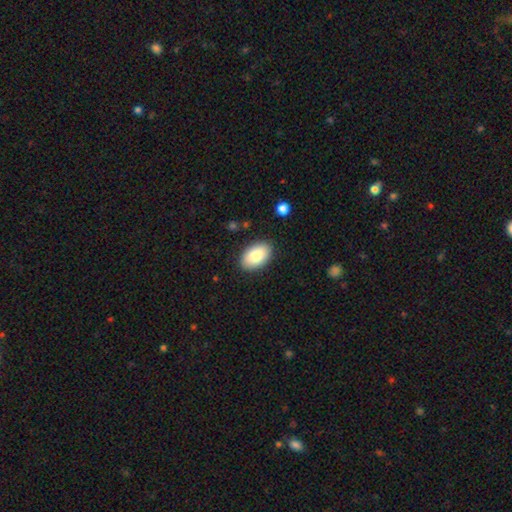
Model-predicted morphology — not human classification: Smooth or featured?
  - smooth: 85% *
  - featured or disk: 9%
  - star or artifact: 6%
How rounded?
  - in between: 93% *
  - round: 6%
  - cigar-shaped: 1%
Merging?
  - none: 88% *
  - minor disturbance: 9%
  - major disturbance: 2%
  - merger: 1%